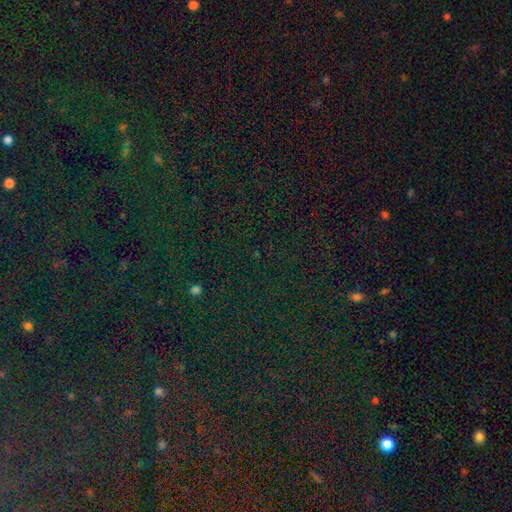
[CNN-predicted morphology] This appears to be a star or artifact, not a galaxy (82%).